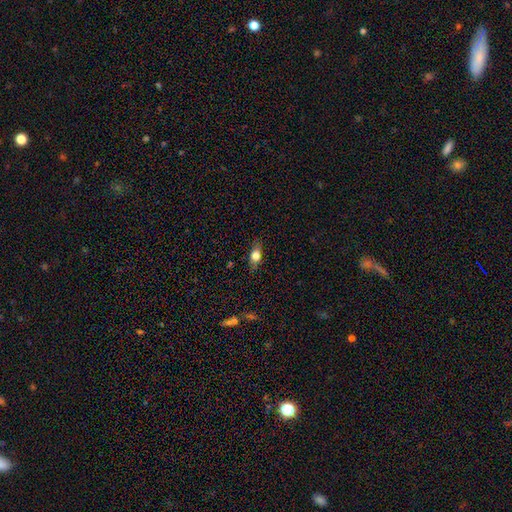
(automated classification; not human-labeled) Overall: smooth (71%). How rounded: in between (72%). Merging: none (80%).